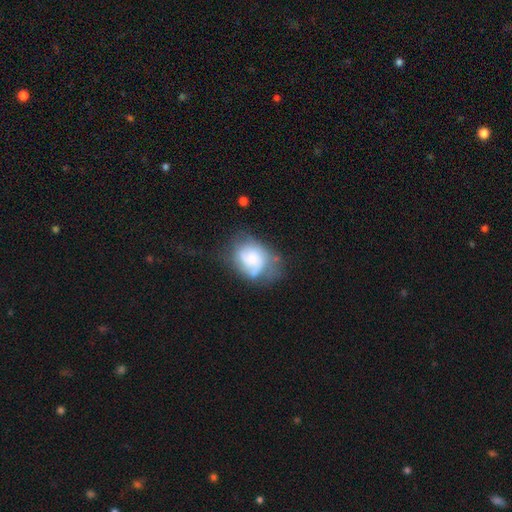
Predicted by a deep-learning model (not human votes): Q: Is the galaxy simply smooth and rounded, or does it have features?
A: featured or disk — 58%.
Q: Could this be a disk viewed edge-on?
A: no — 98%.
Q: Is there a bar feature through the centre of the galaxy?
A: no — 73%.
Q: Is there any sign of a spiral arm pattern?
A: yes — 81%.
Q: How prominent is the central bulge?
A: small — 50%.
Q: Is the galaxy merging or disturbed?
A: none — 45%.